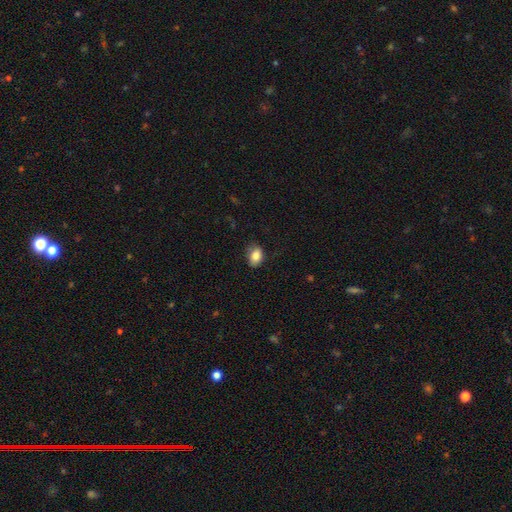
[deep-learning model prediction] smooth_or_featured: smooth (p=0.84) [alt: featured or disk p=0.08]
how_rounded: in between (p=0.79) [alt: round p=0.19]
merging: none (p=0.72) [alt: minor disturbance p=0.22]